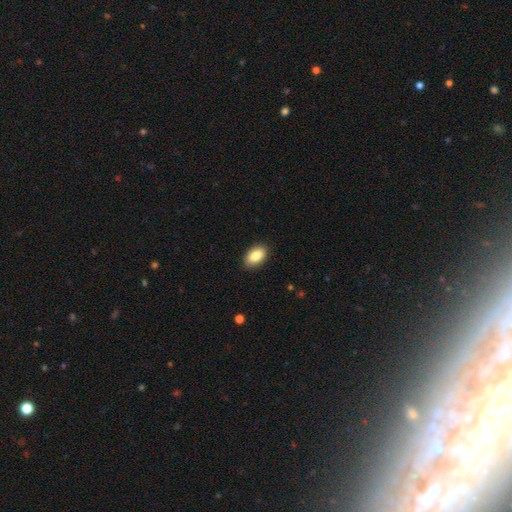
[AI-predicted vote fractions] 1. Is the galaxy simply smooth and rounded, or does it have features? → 86% smooth, 7% star or artifact, 7% featured or disk.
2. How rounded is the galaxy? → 92% in between, 7% round, 2% cigar-shaped.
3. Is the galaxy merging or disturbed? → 88% none, 9% minor disturbance, 2% major disturbance, 1% merger.